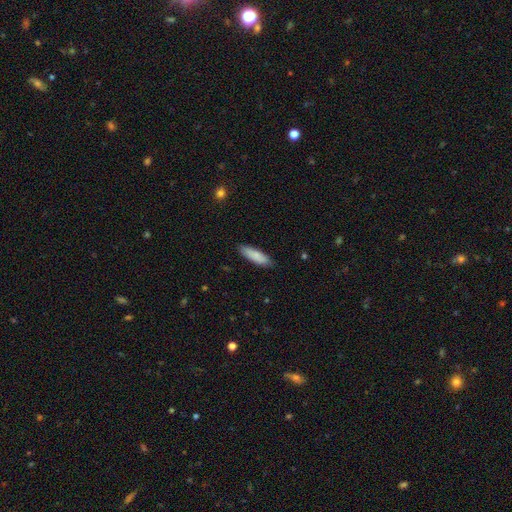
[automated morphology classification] Smooth or featured? smooth (85%)
How rounded? cigar-shaped (58%)
Merging? none (85%)